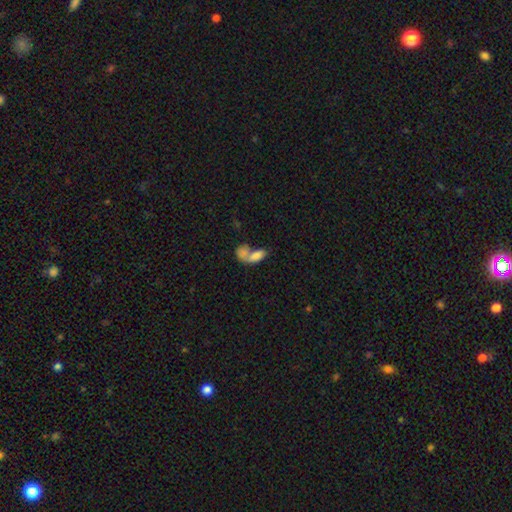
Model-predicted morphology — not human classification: A smooth galaxy with no disk features (77%) that is in between round and cigar-shaped (88%).

Vote fractions:
- Smooth or featured? smooth: 77% / featured or disk: 15% / star or artifact: 8%
- How rounded? in between: 88% / round: 7% / cigar-shaped: 5%
- Merging? merger: 68% / none: 18% / minor disturbance: 7% / major disturbance: 7%